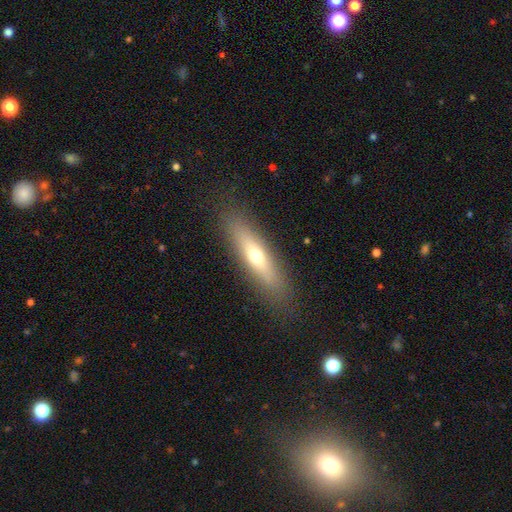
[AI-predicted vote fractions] This appears to be a smooth galaxy with no disk features (56%) that is cigar-shaped (72%). Merging: none (87%).